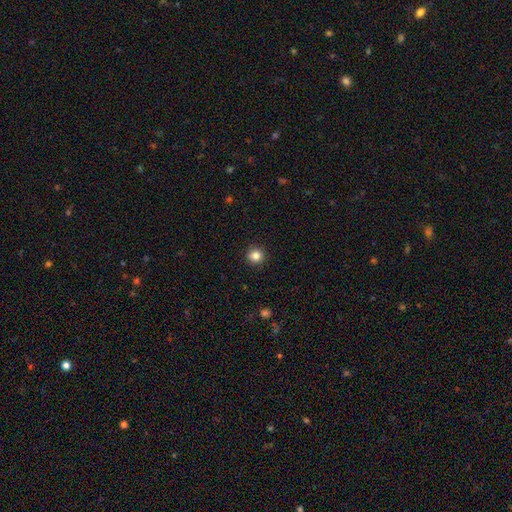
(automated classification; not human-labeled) The model was most divided on "smooth or featured": smooth: 84%, star or artifact: 11%, featured or disk: 5%. More confident: how rounded — round (93%); merging — none (92%).